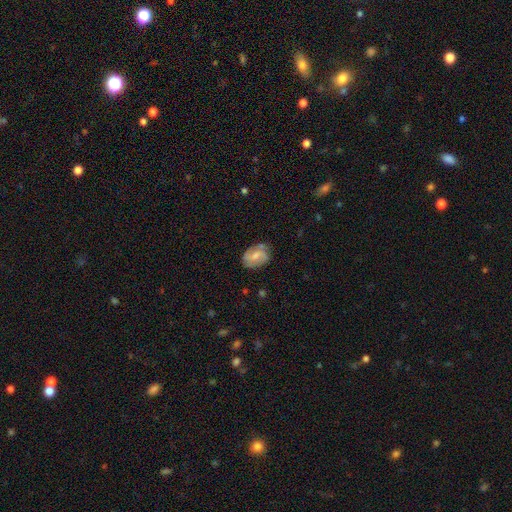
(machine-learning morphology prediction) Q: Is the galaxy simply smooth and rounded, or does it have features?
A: featured or disk — 59%.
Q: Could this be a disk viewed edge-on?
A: no — 97%.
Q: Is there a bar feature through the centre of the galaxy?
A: weak — 45%, tied with no.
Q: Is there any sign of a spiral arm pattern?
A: yes — 87%.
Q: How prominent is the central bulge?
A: moderate — 47%.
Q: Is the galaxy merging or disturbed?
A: none — 68%.